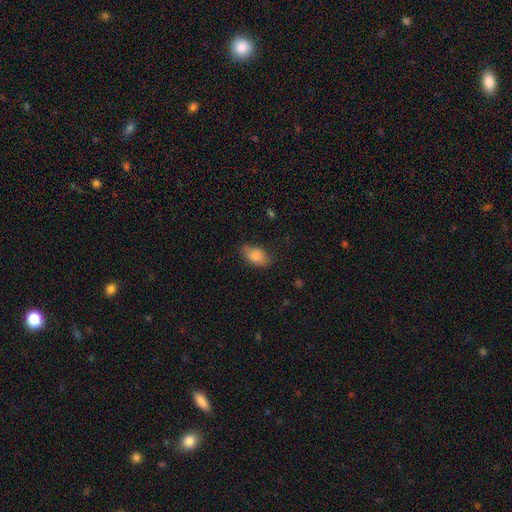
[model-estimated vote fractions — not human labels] smooth 84%, featured or disk 9%, star or artifact 7%. Down the decision tree: how rounded — in between (91%); merging — none (71%).